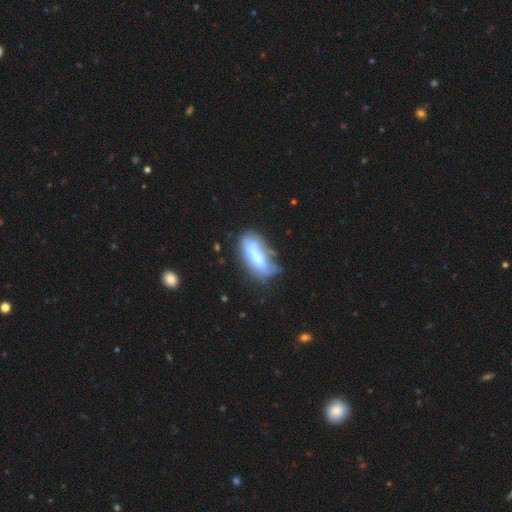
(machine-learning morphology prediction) smooth-or-featured: smooth: 54% | featured or disk: 37% | star or artifact: 9%
  how-rounded: in between: 68% | cigar-shaped: 29% | round: 3%
  merging: none: 39% | minor disturbance: 25% | major disturbance: 18% | merger: 17%